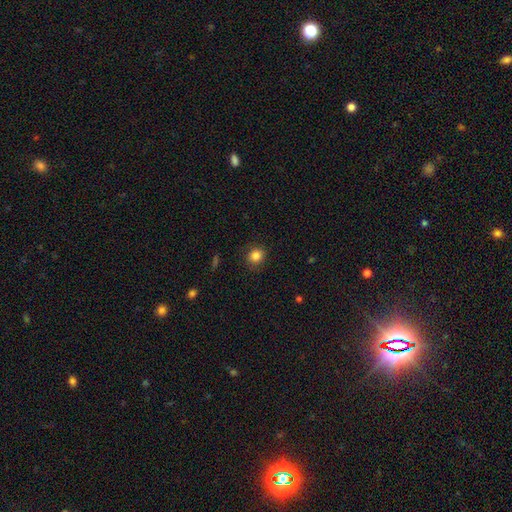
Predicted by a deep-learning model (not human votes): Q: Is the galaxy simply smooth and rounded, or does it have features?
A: smooth — 84%.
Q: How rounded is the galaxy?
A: round — 84%.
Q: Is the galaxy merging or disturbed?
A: none — 88%.